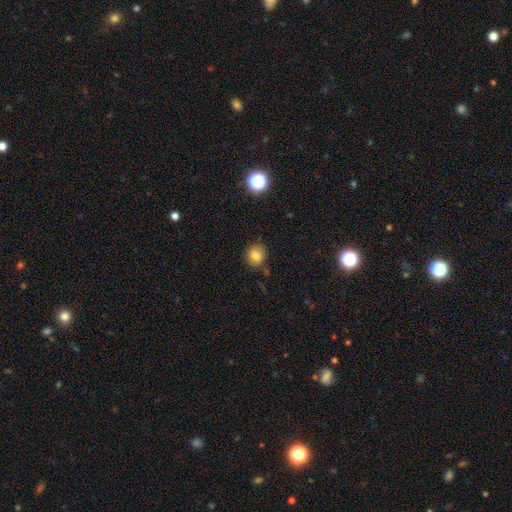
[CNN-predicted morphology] Smooth or featured?
  - smooth: 81% *
  - star or artifact: 12%
  - featured or disk: 7%
How rounded?
  - round: 83% *
  - in between: 16%
  - cigar-shaped: 1%
Merging?
  - none: 81% *
  - minor disturbance: 13%
  - merger: 3%
  - major disturbance: 3%